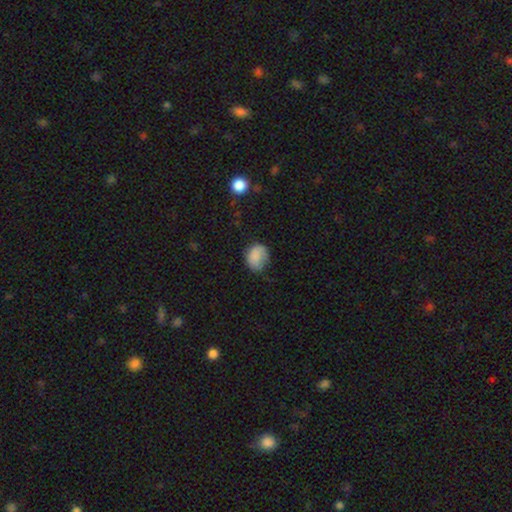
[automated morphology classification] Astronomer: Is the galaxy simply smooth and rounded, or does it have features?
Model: smooth — 79%.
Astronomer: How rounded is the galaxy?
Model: round — 51% (runner-up: in between, 48%).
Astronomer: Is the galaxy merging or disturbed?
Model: none — 51% (runner-up: minor disturbance, 33%).